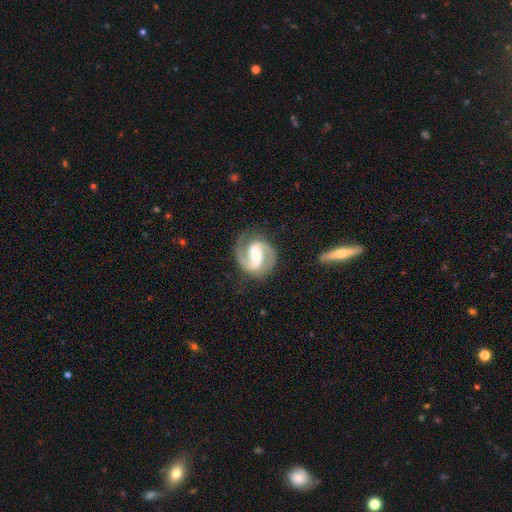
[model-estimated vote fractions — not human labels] smooth-or-featured: featured or disk: 90% | smooth: 5% | star or artifact: 4%
  disk-edge-on: no: 98% | yes: 2%
    bar: strong: 45% | weak: 39% | no: 16%
    has-spiral-arms: yes: 98% | no: 2%
      spiral-winding: medium: 58% | tight: 27% | loose: 14%
      spiral-arm-count: 2: 93% | can't tell: 2% | 1: 2% | 3: 1% | 4: 1% | more than 4: 1%
    bulge-size: small: 40% | moderate: 39% | large: 11% | none: 8% | dominant: 2%
  merging: none: 81% | minor disturbance: 12% | major disturbance: 5% | merger: 1%